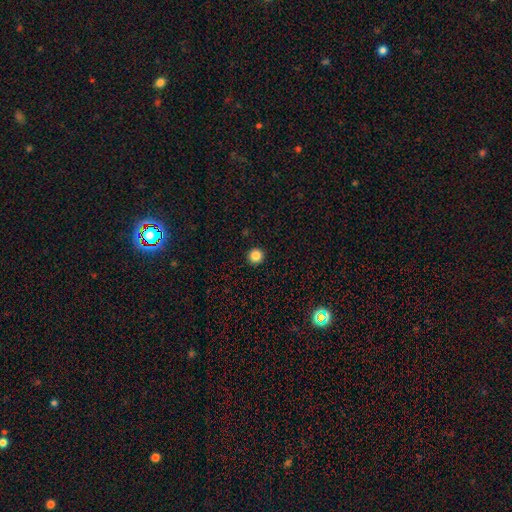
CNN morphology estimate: Smooth or featured?
  - smooth: 85% *
  - star or artifact: 12%
  - featured or disk: 4%
How rounded?
  - round: 96% *
  - in between: 3%
  - cigar-shaped: 1%
Merging?
  - none: 94% *
  - minor disturbance: 4%
  - major disturbance: 1%
  - merger: 1%